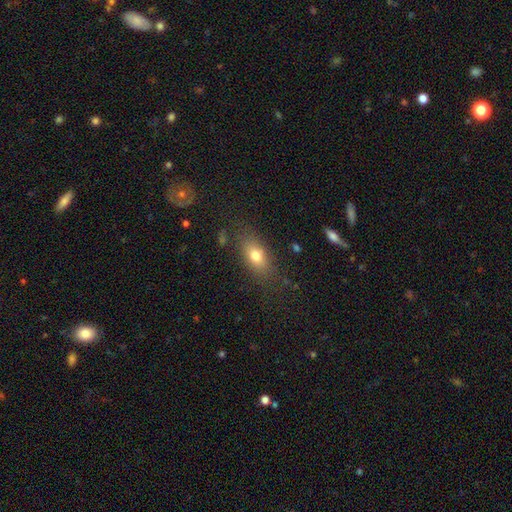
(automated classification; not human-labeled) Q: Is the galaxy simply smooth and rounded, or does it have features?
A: smooth — 75%.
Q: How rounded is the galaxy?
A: in between — 77%.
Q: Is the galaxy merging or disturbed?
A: none — 78%.